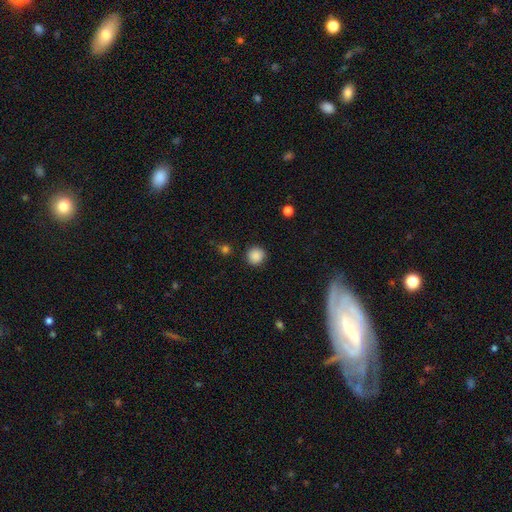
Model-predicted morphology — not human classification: smooth_or_featured: smooth (p=0.87) [alt: star or artifact p=0.10]
how_rounded: round (p=0.94) [alt: in between p=0.05]
merging: none (p=0.90) [alt: minor disturbance p=0.06]